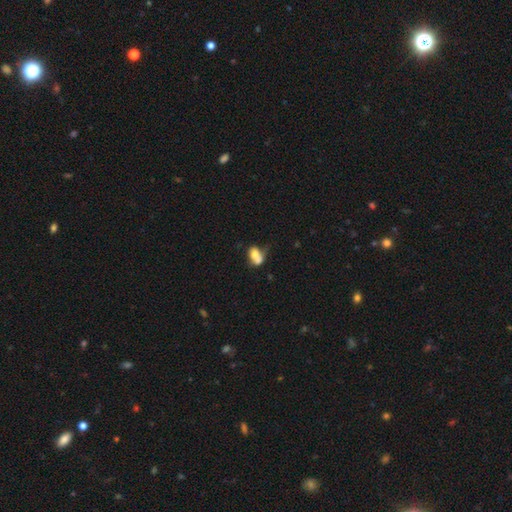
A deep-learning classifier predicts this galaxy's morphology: Smooth or featured? Predicted: smooth (p=0.68). How rounded? Predicted: in between (p=0.70). Merging? Predicted: merger (p=0.57).